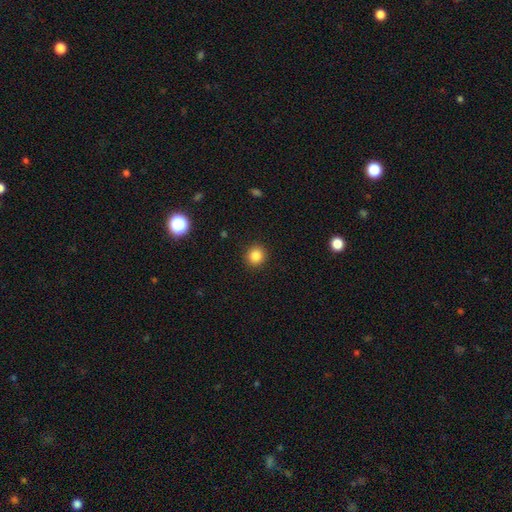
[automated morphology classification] Smooth or featured?
  - smooth: 85% *
  - star or artifact: 11%
  - featured or disk: 4%
How rounded?
  - round: 89% *
  - in between: 10%
  - cigar-shaped: 1%
Merging?
  - none: 92% *
  - minor disturbance: 5%
  - major disturbance: 2%
  - merger: 1%